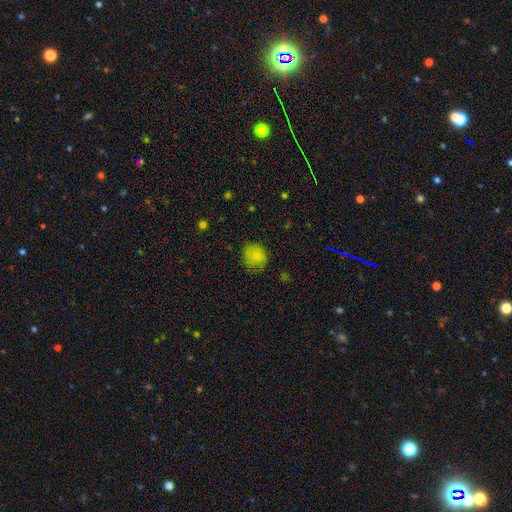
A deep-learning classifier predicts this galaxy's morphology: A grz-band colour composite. It shows a smooth galaxy with no disk features (78%) that is round (77%). Merging: none (71%).